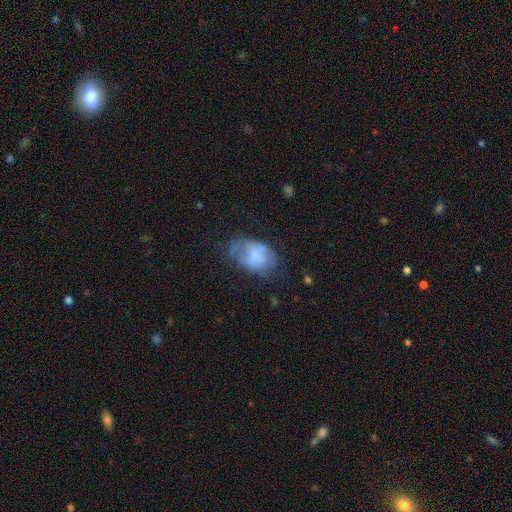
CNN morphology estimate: The model was most divided on "merging": none: 37%, minor disturbance: 33%, major disturbance: 27%, merger: 3%. More confident: how rounded — in between (82%); smooth or featured — smooth (57%).